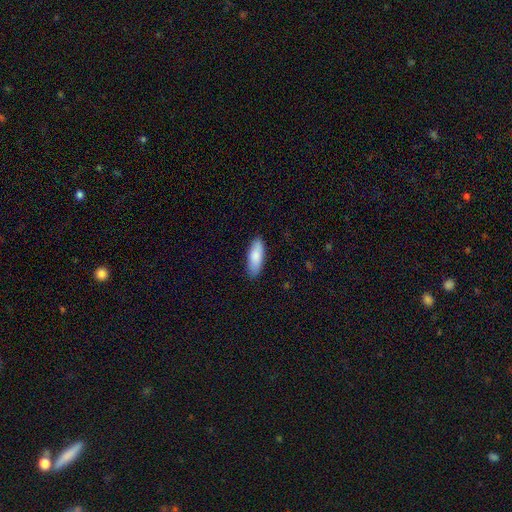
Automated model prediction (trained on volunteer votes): Morphology: type=smooth (85%); roundness=in between (71%); merging=none (87%).